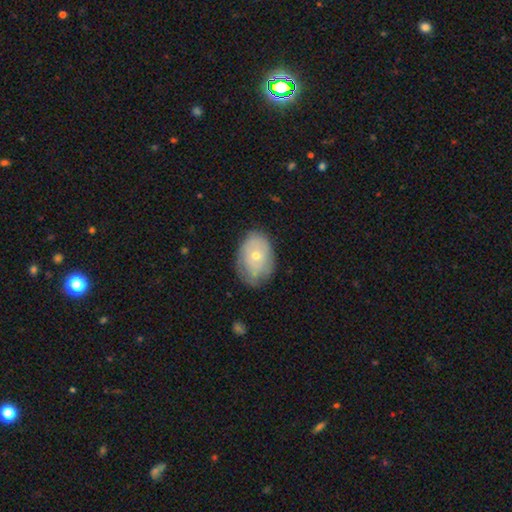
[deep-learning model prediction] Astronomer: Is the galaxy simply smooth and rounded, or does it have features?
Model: smooth — 51% (runner-up: featured or disk, 42%).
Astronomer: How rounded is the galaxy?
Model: in between — 80%.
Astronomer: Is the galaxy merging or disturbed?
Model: none — 67%.